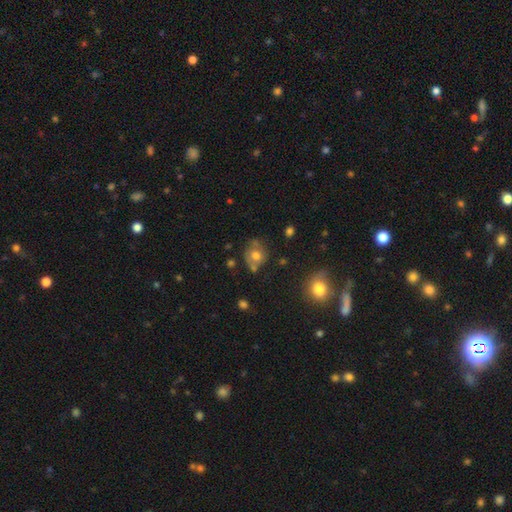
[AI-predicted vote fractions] Overall: smooth (62%; featured or disk 27%). How rounded: round (70%). Merging: none (59%; minor disturbance 23%).